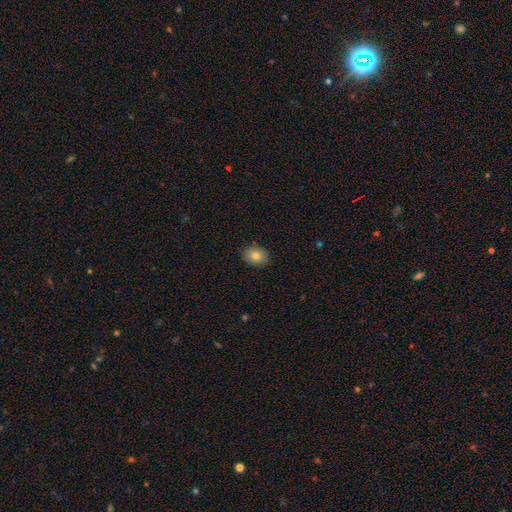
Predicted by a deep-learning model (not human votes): smooth-or-featured: smooth: 81% | featured or disk: 10% | star or artifact: 9%
  how-rounded: in between: 58% | round: 41% | cigar-shaped: 1%
  merging: none: 89% | minor disturbance: 8% | major disturbance: 2% | merger: 1%